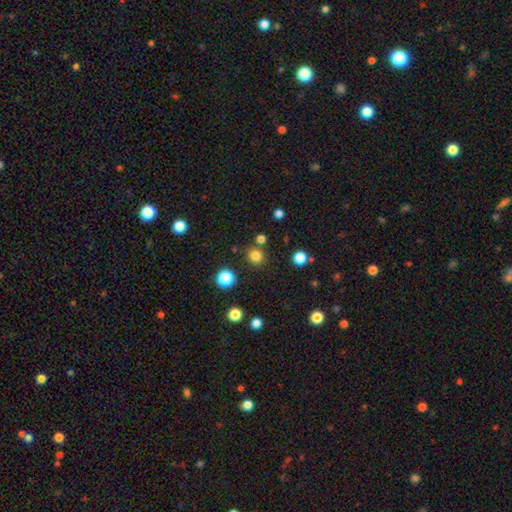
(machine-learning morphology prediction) type=smooth (80%); roundness=round (92%); merging=none (84%).